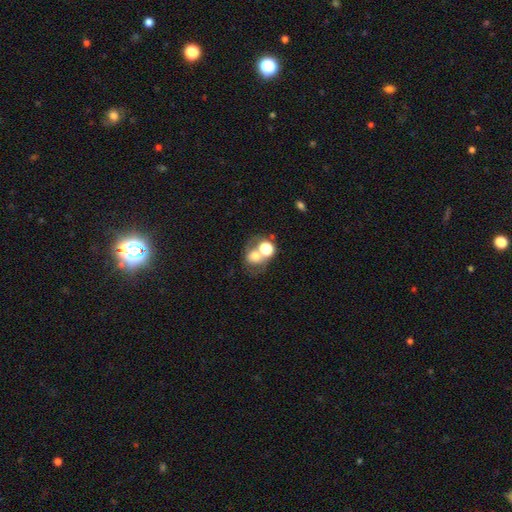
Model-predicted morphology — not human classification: smooth_or_featured: smooth (p=0.56) [alt: featured or disk p=0.29]
how_rounded: round (p=0.62) [alt: in between p=0.37]
merging: merger (p=0.48) [alt: none p=0.33]